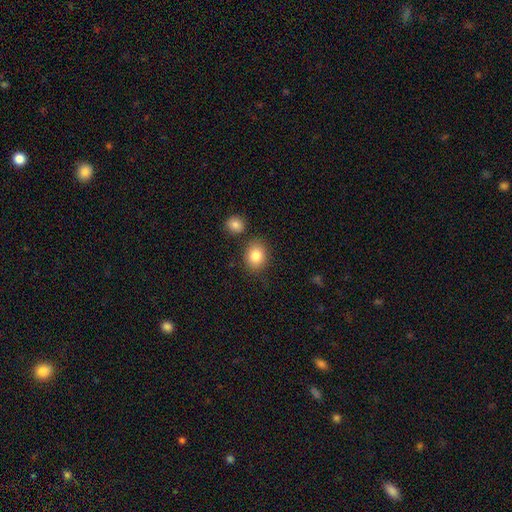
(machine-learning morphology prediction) This appears to be a smooth galaxy with no disk features (85%) that is round (53%). Merging: none (79%).